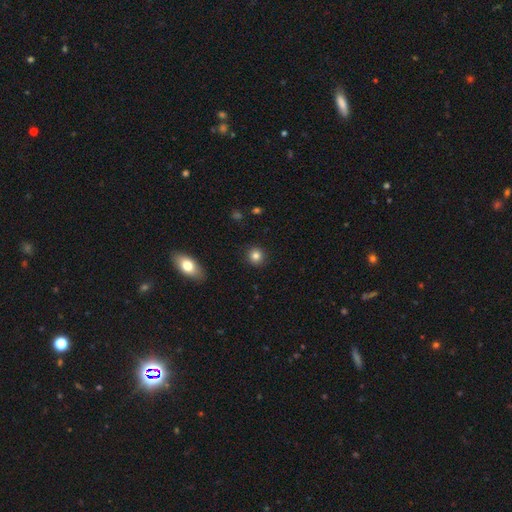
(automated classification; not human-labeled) smooth 83%, star or artifact 11%, featured or disk 7%. Down the decision tree: how rounded — round (91%); merging — none (91%).